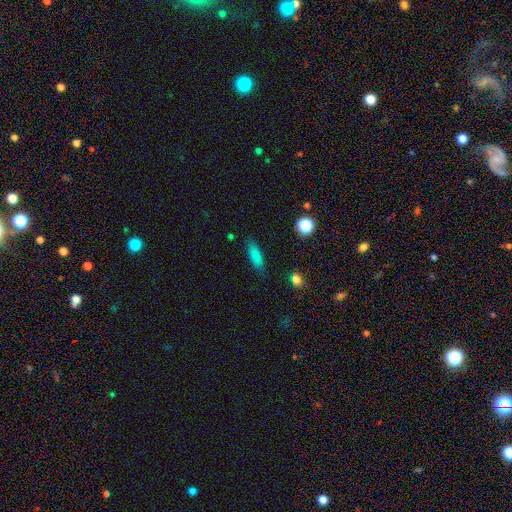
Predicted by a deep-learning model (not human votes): smooth_or_featured: smooth (p=0.83) [alt: star or artifact p=0.10]
how_rounded: in between (p=0.57) [alt: cigar-shaped p=0.40]
merging: none (p=0.84) [alt: minor disturbance p=0.12]